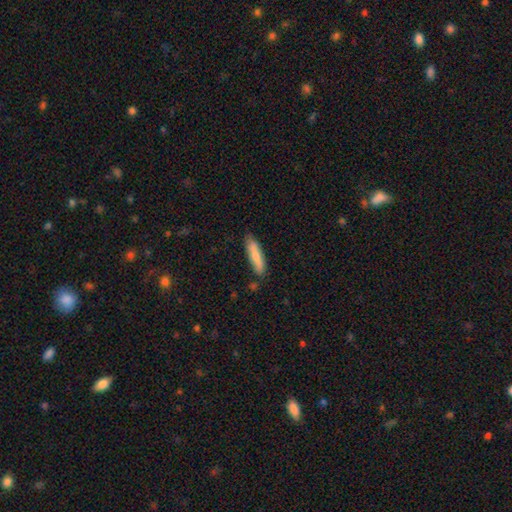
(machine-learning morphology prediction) A smooth galaxy with no disk features (78%) that is cigar-shaped (77%).

Vote fractions:
- Smooth or featured? smooth: 78% / featured or disk: 16% / star or artifact: 6%
- How rounded? cigar-shaped: 77% / in between: 22% / round: 1%
- Merging? none: 80% / minor disturbance: 15% / merger: 3% / major disturbance: 2%